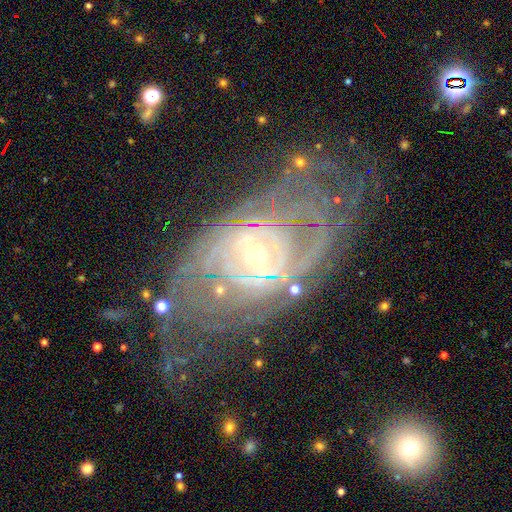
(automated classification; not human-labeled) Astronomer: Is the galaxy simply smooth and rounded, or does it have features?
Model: featured or disk — 86%.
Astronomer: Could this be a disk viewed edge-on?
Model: no — 94%.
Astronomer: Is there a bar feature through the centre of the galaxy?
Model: no — 50% (runner-up: weak, 34%).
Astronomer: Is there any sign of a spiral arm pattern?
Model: yes — 91%.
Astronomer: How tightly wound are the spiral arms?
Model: tight — 65%.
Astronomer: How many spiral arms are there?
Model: can't tell — 41% (runner-up: 2, 24%).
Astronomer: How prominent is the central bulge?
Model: small — 63%.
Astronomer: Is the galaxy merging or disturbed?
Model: none — 56%.